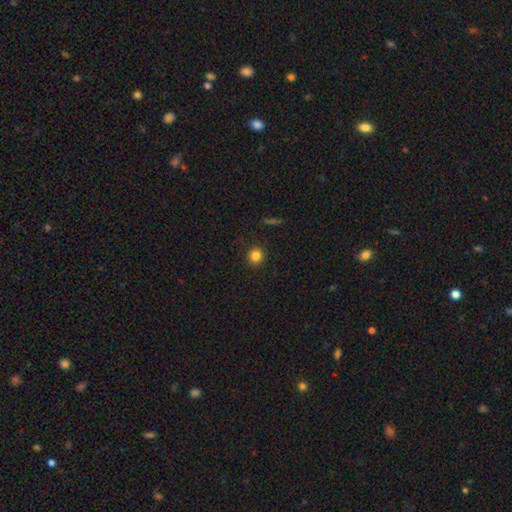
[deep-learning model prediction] The model was most divided on "smooth or featured": smooth: 83%, star or artifact: 12%, featured or disk: 5%. More confident: how rounded — round (92%); merging — none (91%).